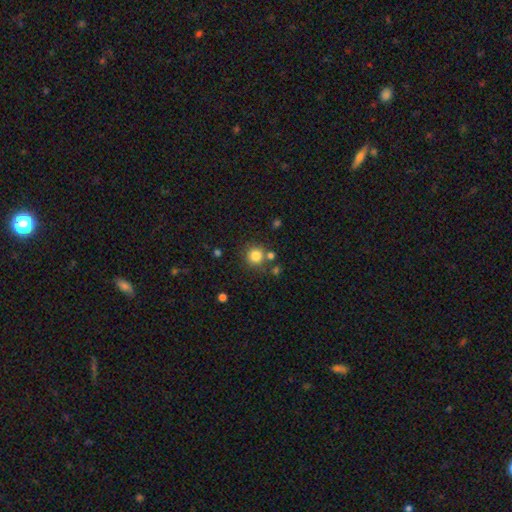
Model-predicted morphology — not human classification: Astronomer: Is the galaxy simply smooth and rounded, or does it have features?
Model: smooth — 83%.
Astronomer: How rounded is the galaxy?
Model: round — 93%.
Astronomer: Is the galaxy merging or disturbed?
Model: none — 77%.